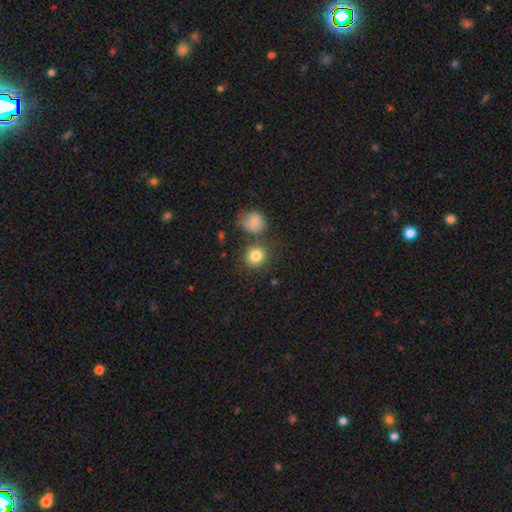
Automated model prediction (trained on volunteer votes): smooth-or-featured: smooth: 83% | star or artifact: 10% | featured or disk: 7%
  how-rounded: round: 80% | in between: 19% | cigar-shaped: 1%
  merging: none: 71% | merger: 14% | minor disturbance: 11% | major disturbance: 4%